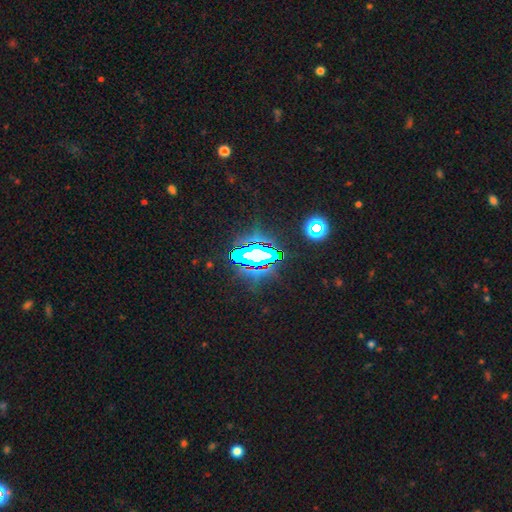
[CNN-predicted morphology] smooth_or_featured: star or artifact (p=0.65) [alt: smooth p=0.19]